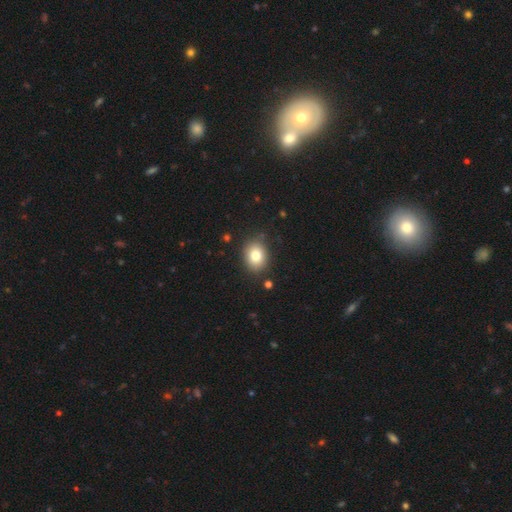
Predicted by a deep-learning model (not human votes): A smooth galaxy with no disk features (81%) that is in between round and cigar-shaped (55%).

Vote fractions:
- Smooth or featured? smooth: 81% / star or artifact: 10% / featured or disk: 9%
- How rounded? in between: 55% / round: 44% / cigar-shaped: 1%
- Merging? none: 84% / minor disturbance: 11% / major disturbance: 3% / merger: 2%